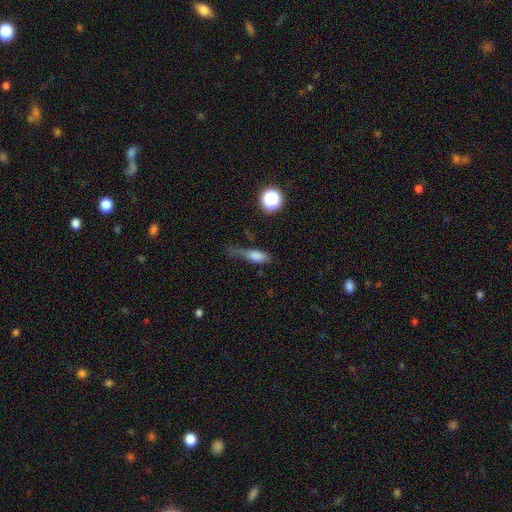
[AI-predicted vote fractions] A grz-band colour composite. It shows a smooth galaxy with no disk features (72%) that is in between round and cigar-shaped (60%). Merging: minor disturbance (35%).